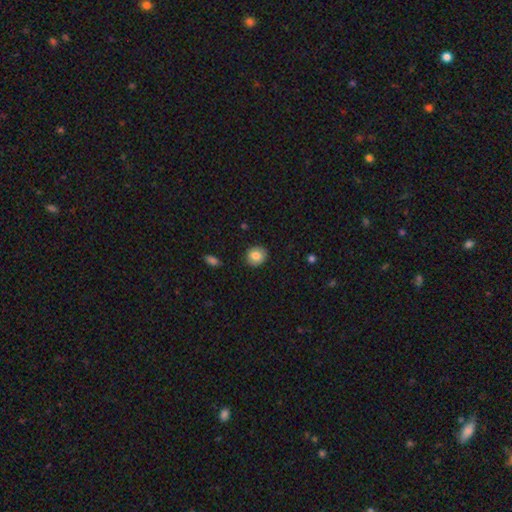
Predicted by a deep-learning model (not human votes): A smooth galaxy with no disk features (83%) that is round (78%). Merging: none (89%).